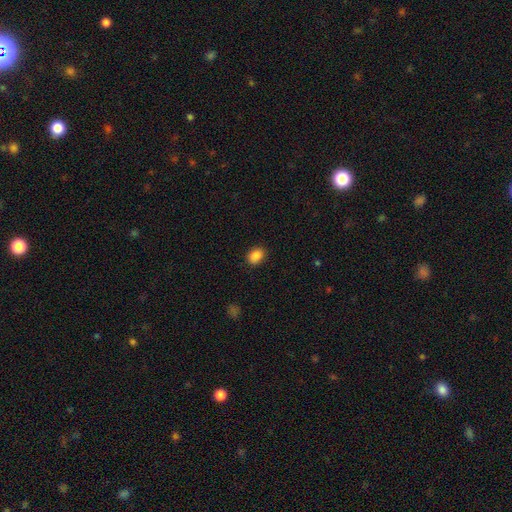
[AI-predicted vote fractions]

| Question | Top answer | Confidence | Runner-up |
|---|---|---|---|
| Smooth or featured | smooth | 88% | star or artifact (9%) |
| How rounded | in between | 65% | round (34%) |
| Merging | none | 88% | minor disturbance (9%) |